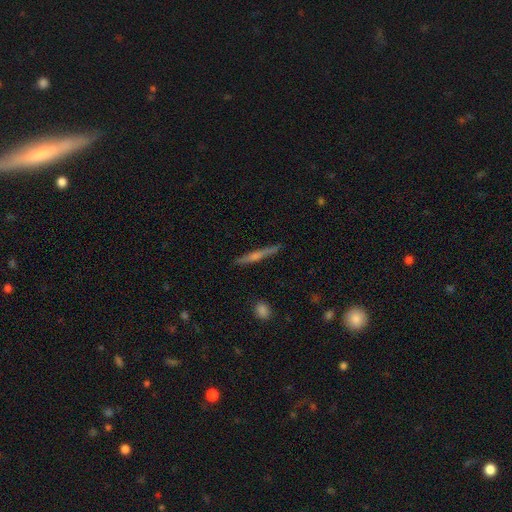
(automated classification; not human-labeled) A featured or disk galaxy (57%) viewed edge-on (93%) with a rounded central bulge (75%). Merging: none (87%).